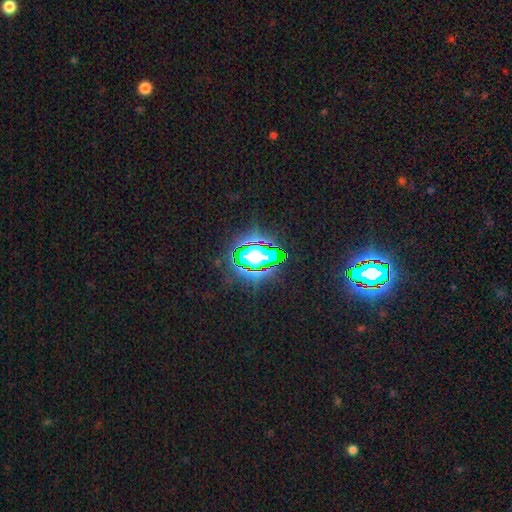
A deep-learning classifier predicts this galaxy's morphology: Q: Smooth or featured?
A: star or artifact (80%); runner-up: smooth (12%)